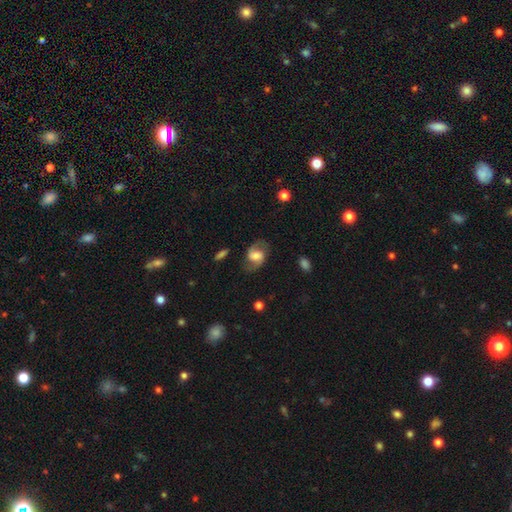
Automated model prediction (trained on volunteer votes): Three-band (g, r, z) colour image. It shows a featured or disk galaxy (67%) with a weak bar (46%), 2 (90%) medium (48%) spiral arms (90%) and a large central bulge (34%). Merging: none (74%).